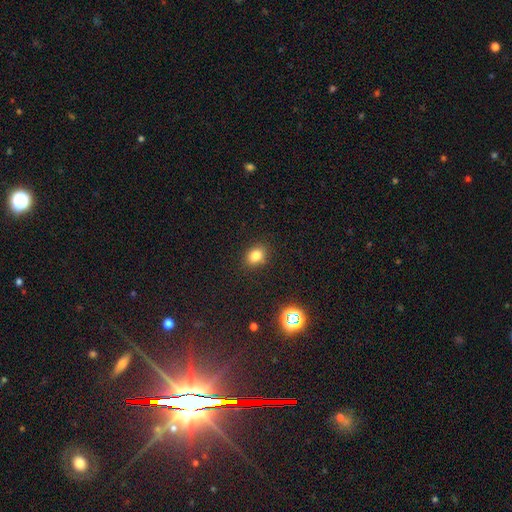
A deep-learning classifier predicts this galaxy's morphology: Smooth or featured: smooth — 80% (star or artifact — 14%)
How rounded: in between — 61% (round — 38%)
Merging: none — 85% (minor disturbance — 11%)